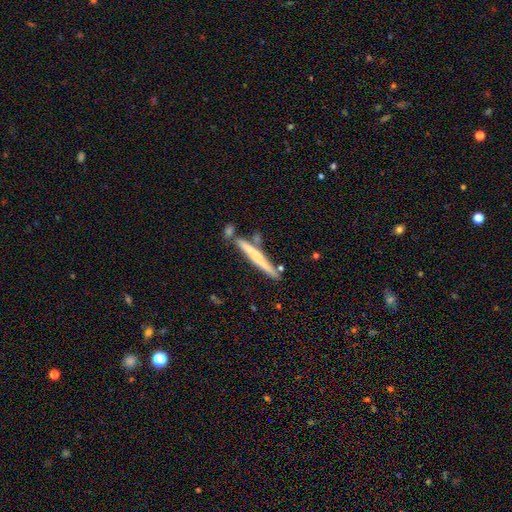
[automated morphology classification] A featured or disk galaxy (49%). Merging: none (73%).